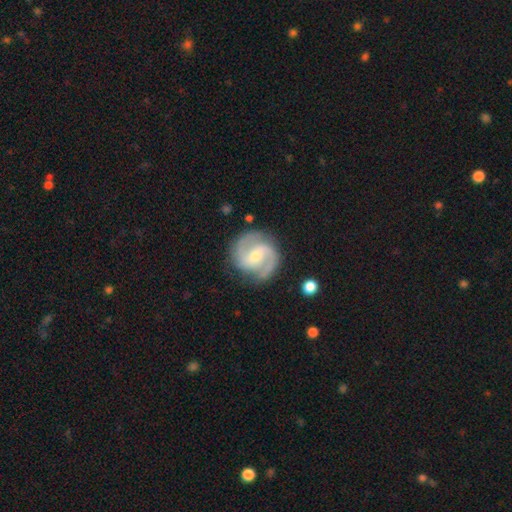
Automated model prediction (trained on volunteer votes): Smooth or featured? Predicted: featured or disk (p=0.89). Edge-on disk? Predicted: no (p=0.98). Bar? Predicted: weak (p=0.47). Spiral arms? Predicted: yes (p=0.97). Spiral winding? Predicted: medium (p=0.56). Spiral arm count? Predicted: 2 (p=0.91). Bulge size? Predicted: moderate (p=0.50). Merging? Predicted: none (p=0.83).